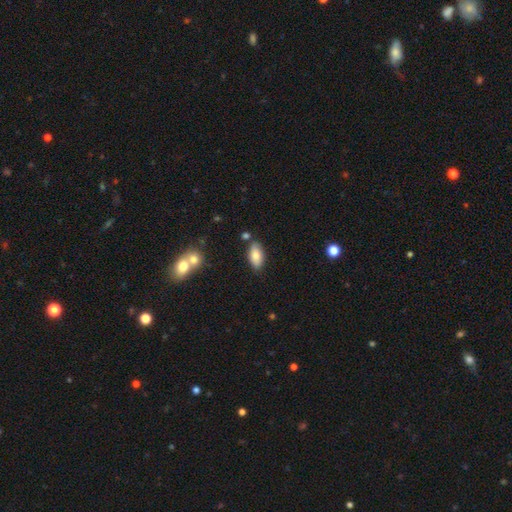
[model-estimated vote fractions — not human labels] Smooth or featured: smooth — 82% (featured or disk — 11%)
How rounded: in between — 90% (cigar-shaped — 7%)
Merging: none — 80% (minor disturbance — 12%)